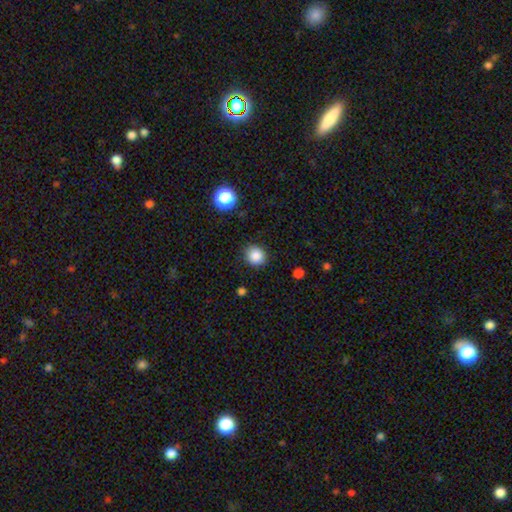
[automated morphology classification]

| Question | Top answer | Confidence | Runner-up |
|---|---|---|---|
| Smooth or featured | smooth | 86% | star or artifact (10%) |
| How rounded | round | 83% | in between (16%) |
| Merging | none | 88% | minor disturbance (8%) |